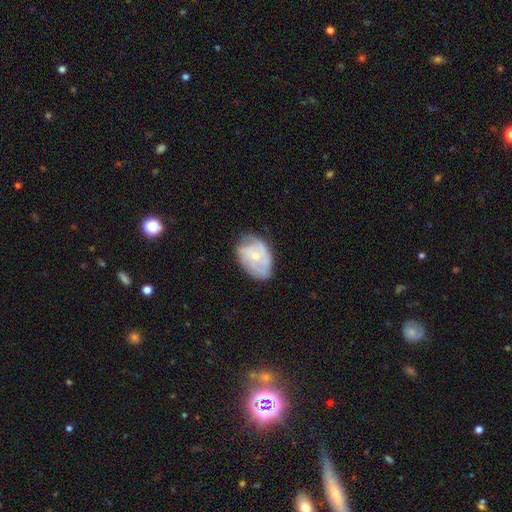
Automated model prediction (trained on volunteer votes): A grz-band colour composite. It shows a featured or disk galaxy (60%) with no bar (74%), spiral arms (74%) and a small central bulge (58%). Merging: none (63%).